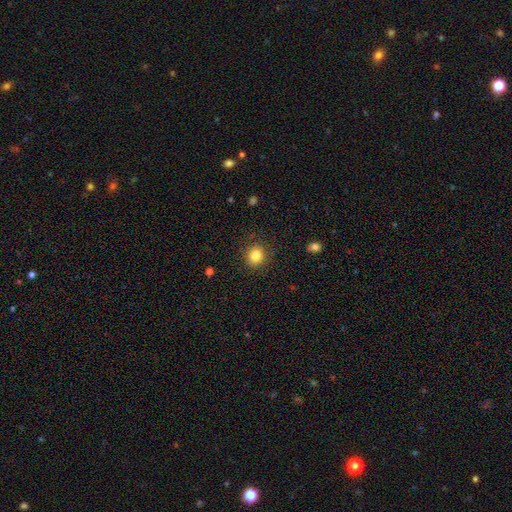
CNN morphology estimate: Smooth or featured: smooth — 83% (star or artifact — 11%)
How rounded: round — 81% (in between — 18%)
Merging: none — 89% (minor disturbance — 8%)